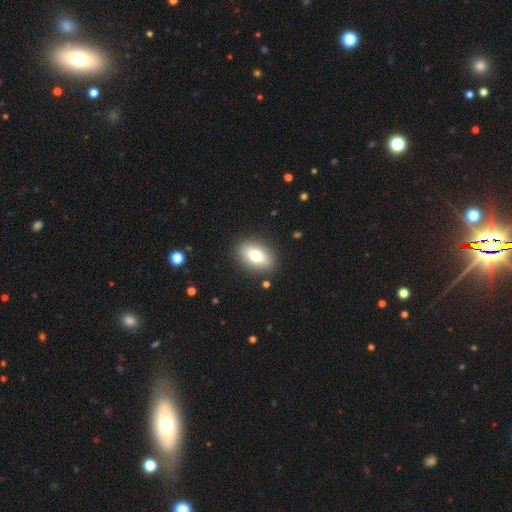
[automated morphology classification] This appears to be a smooth galaxy with no disk features (76%) that is in between round and cigar-shaped (85%). Merging: none (88%).